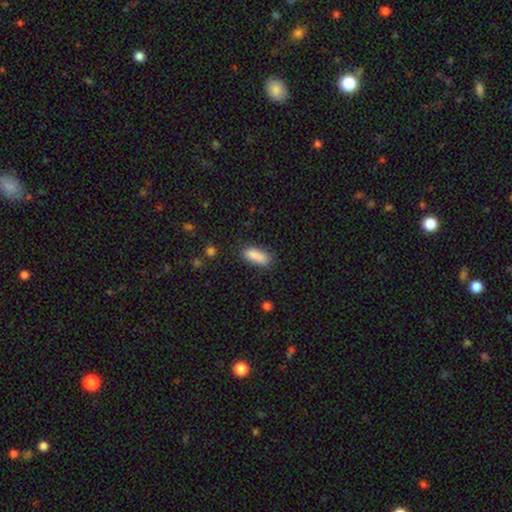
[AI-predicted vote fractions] Smooth or featured? Predicted: smooth (p=0.86). How rounded? Predicted: in between (p=0.75). Merging? Predicted: none (p=0.69).